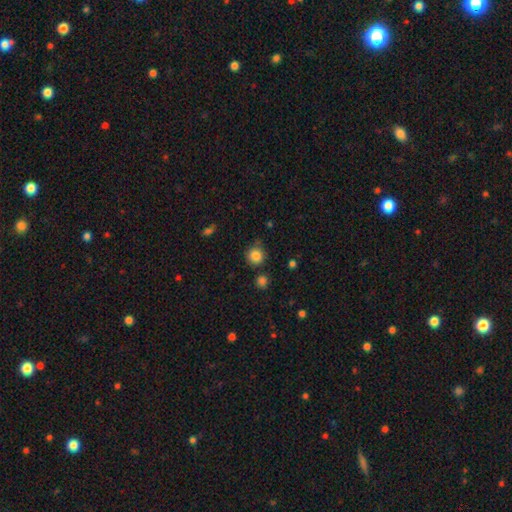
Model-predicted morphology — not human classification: Smooth or featured? smooth (85%)
How rounded? round (88%)
Merging? none (75%)